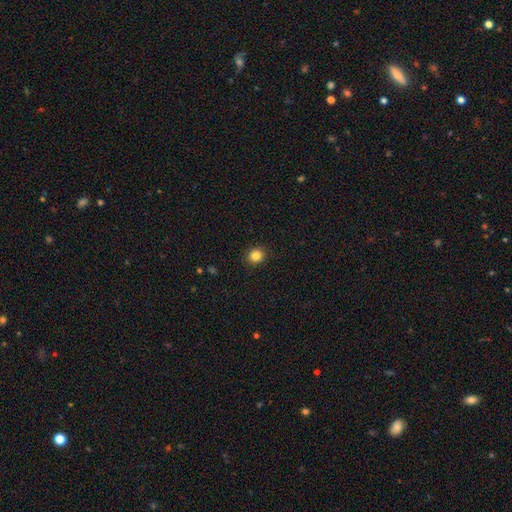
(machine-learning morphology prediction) This is clearly a smooth galaxy (84%). How rounded: clearly round (81%). Merging: clearly none (91%).